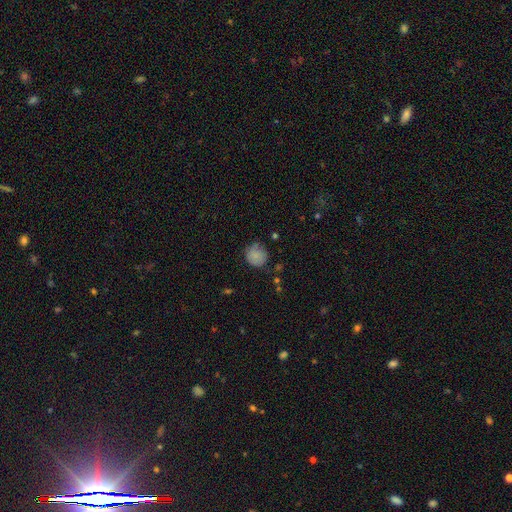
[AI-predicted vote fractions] Overall: smooth (80%). How rounded: round (87%). Merging: none (65%; minor disturbance 27%).